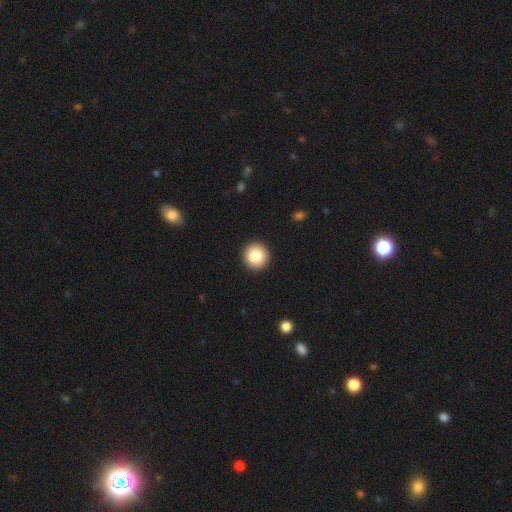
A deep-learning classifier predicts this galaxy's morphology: smooth 84%, star or artifact 8%, featured or disk 8%. Down the decision tree: how rounded — round (94%); merging — none (93%).